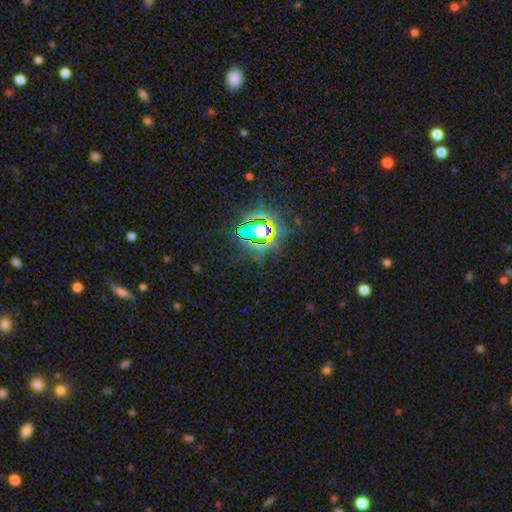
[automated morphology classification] smooth_or_featured: star or artifact (p=0.82) [alt: smooth p=0.11]